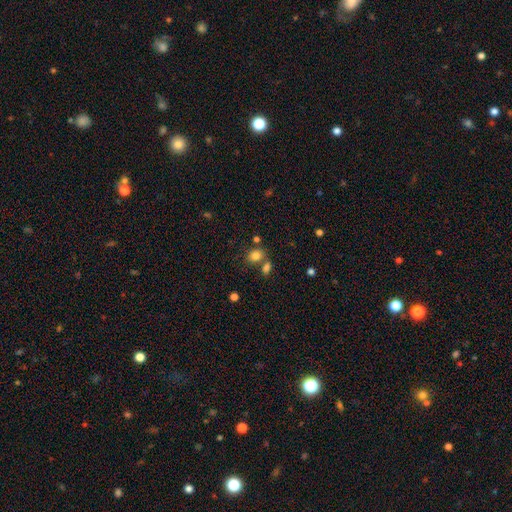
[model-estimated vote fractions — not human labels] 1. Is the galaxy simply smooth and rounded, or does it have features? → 82% smooth, 11% star or artifact, 7% featured or disk.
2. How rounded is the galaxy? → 61% in between, 38% round, 1% cigar-shaped.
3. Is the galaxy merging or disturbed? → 60% none, 24% merger, 11% minor disturbance, 4% major disturbance.